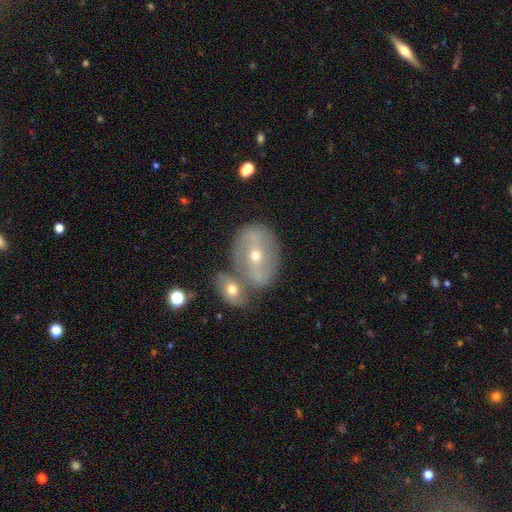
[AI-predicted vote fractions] featured or disk 65%, smooth 26%, star or artifact 8%. Down the decision tree: edge-on disk — no (92%); bar — no (34%); spiral arms — yes (56%); bulge size — small (53%); merging — none (49%).